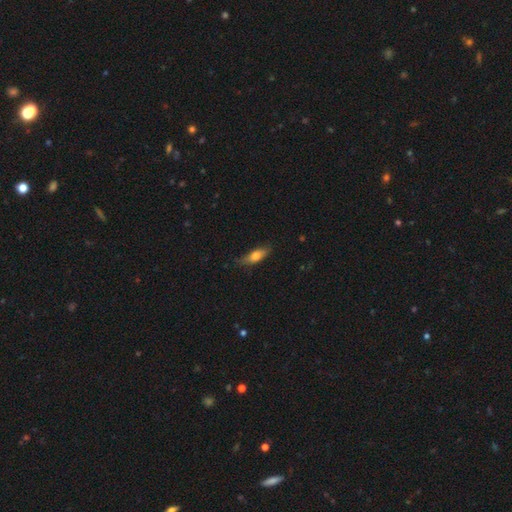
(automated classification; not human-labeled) Overall: smooth (70%). How rounded: in between (60%; cigar-shaped 37%). Merging: none (71%).